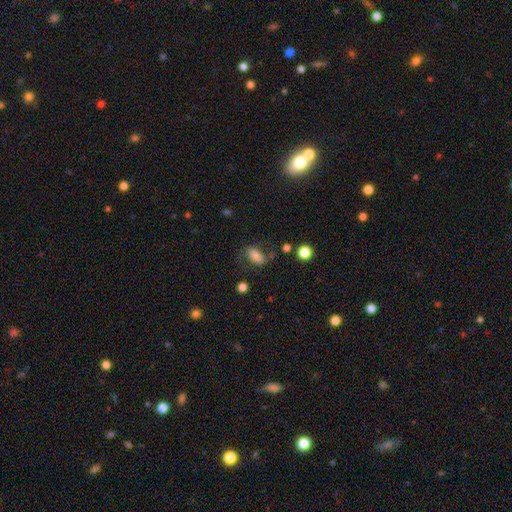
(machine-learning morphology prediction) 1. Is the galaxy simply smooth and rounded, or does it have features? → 60% smooth, 28% featured or disk, 12% star or artifact.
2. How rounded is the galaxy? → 85% in between, 12% round, 4% cigar-shaped.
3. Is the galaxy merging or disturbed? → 53% none, 23% minor disturbance, 19% major disturbance, 5% merger.